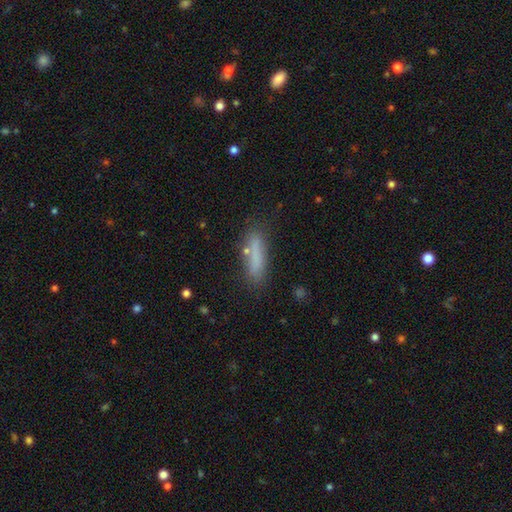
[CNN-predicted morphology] This is likely a smooth galaxy (76%). How rounded: likely cigar-shaped (76%). Merging: likely none (76%).